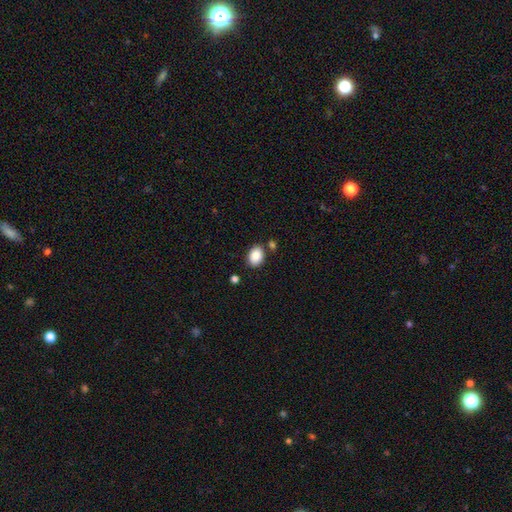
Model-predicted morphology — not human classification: Smooth or featured? smooth (88%)
How rounded? in between (74%)
Merging? none (80%)